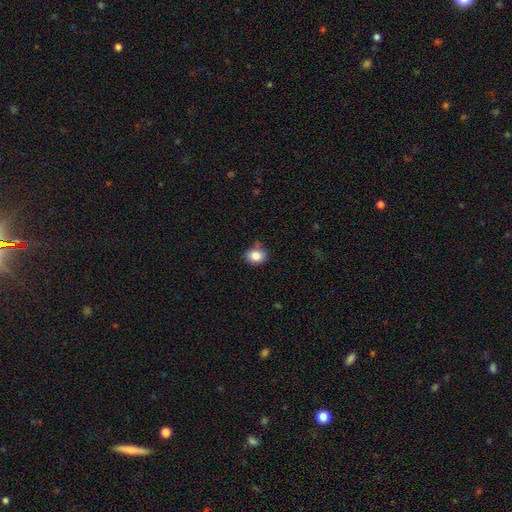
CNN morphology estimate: Smooth or featured? smooth (86%)
How rounded? in between (53%)
Merging? none (73%)